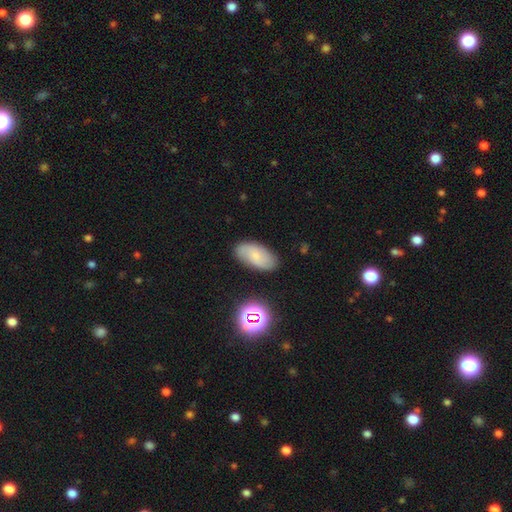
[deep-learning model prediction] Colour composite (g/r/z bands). It shows a smooth galaxy with no disk features (55%) that is in between round and cigar-shaped (92%). Merging: none (80%).